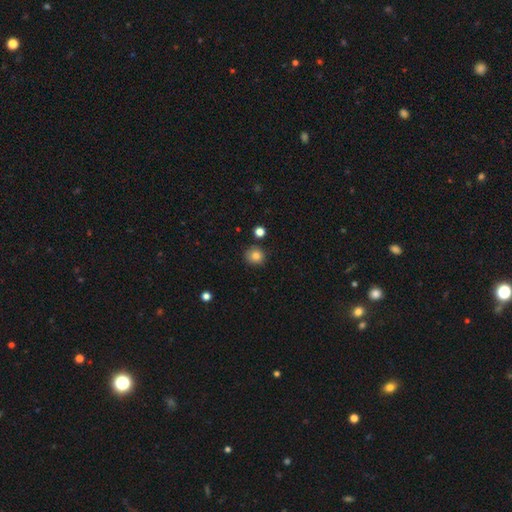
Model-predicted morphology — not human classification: smooth-or-featured: smooth: 83% | star or artifact: 11% | featured or disk: 6%
  how-rounded: round: 88% | in between: 11% | cigar-shaped: 1%
  merging: none: 84% | minor disturbance: 10% | merger: 4% | major disturbance: 2%